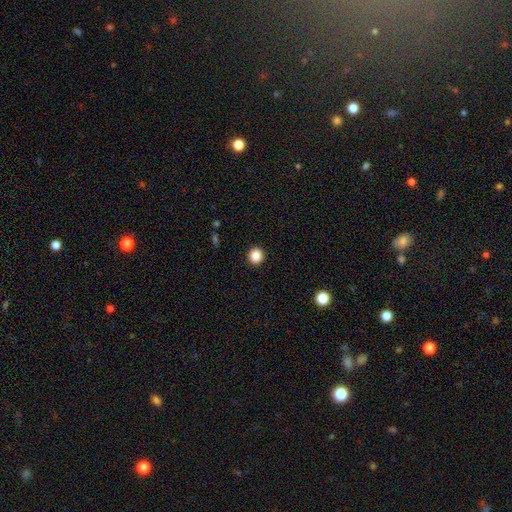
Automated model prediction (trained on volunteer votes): Smooth or featured: smooth — 87% (star or artifact — 10%)
How rounded: round — 88% (in between — 11%)
Merging: none — 92% (minor disturbance — 5%)